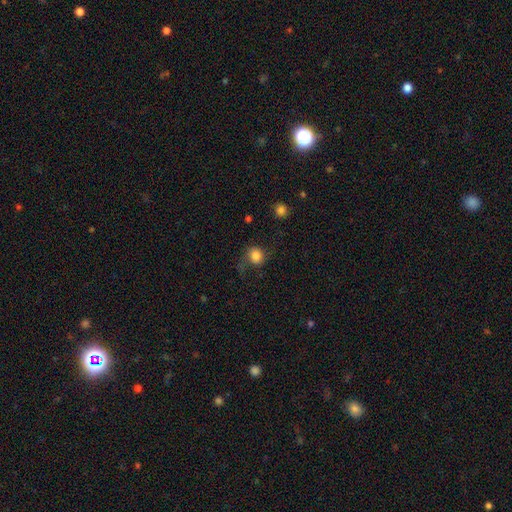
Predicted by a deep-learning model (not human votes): The model was most divided on "merging": none: 53%, minor disturbance: 23%, major disturbance: 21%, merger: 2%. More confident: how rounded — round (79%); smooth or featured — smooth (78%).